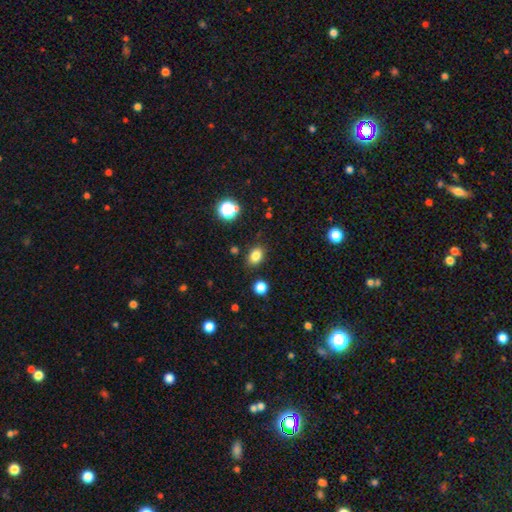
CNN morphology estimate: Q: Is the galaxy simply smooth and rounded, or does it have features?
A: smooth — 82%.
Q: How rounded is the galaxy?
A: in between — 69%.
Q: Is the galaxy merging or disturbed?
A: none — 84%.